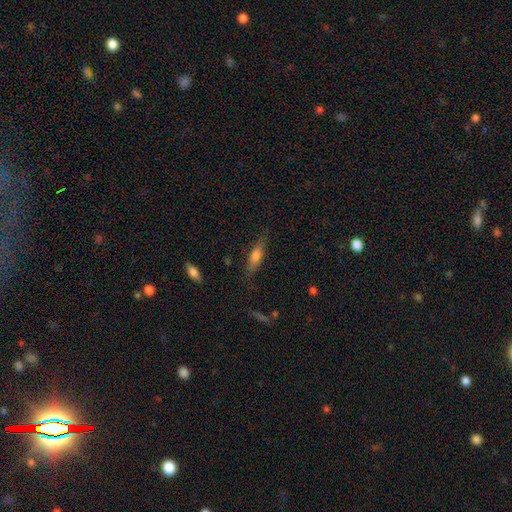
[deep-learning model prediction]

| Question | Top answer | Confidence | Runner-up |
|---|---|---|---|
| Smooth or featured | smooth | 65% | featured or disk (27%) |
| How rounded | cigar-shaped | 54% | in between (44%) |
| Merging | none | 78% | minor disturbance (16%) |